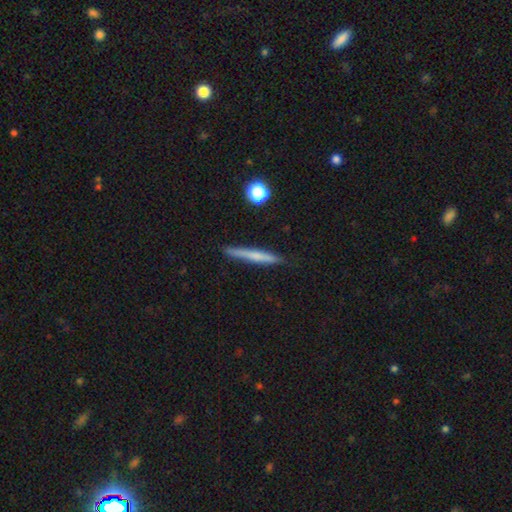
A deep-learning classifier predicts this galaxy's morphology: This is possibly a smooth galaxy (53%). How rounded: clearly cigar-shaped (95%). Merging: clearly none (88%).